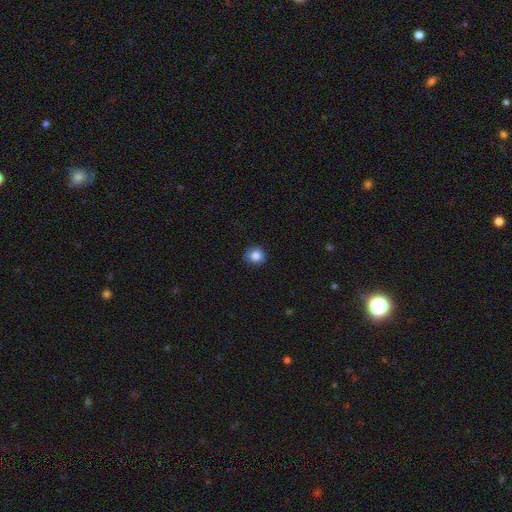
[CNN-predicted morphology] Smooth or featured: smooth — 81% (star or artifact — 10%)
How rounded: round — 84% (in between — 15%)
Merging: none — 82% (minor disturbance — 14%)